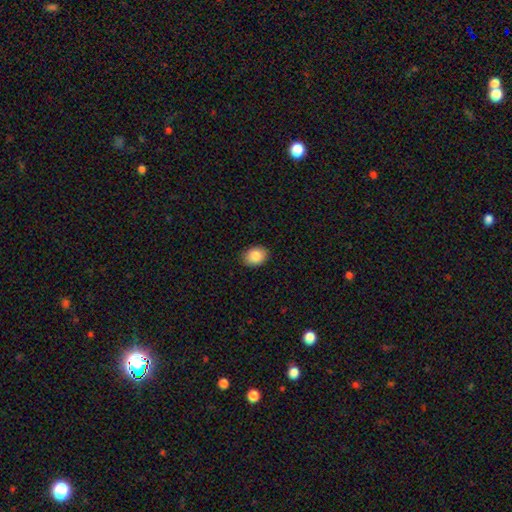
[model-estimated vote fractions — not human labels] smooth-or-featured: smooth: 87% | star or artifact: 8% | featured or disk: 6%
  how-rounded: in between: 70% | round: 29% | cigar-shaped: 1%
  merging: none: 89% | minor disturbance: 9% | major disturbance: 2% | merger: 1%